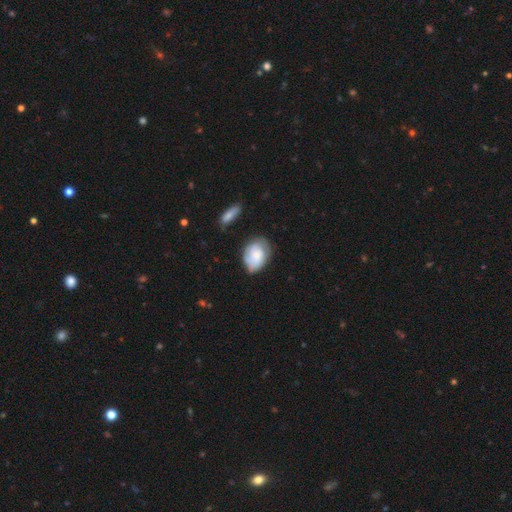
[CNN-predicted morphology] A smooth galaxy with no disk features (51%) that is in between round and cigar-shaped (72%). Merging: none (62%).